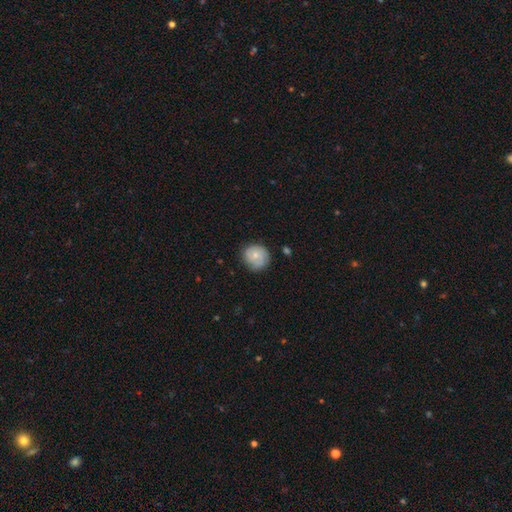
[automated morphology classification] type=smooth (63%); roundness=round (85%); merging=none (71%).